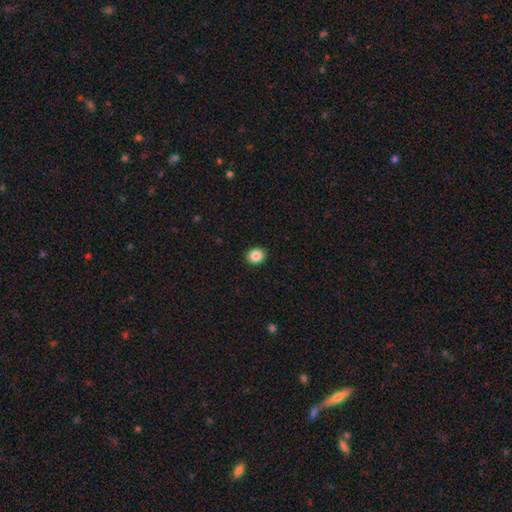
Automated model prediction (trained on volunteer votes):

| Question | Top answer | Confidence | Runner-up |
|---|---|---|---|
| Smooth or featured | smooth | 87% | star or artifact (10%) |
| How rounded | round | 77% | in between (23%) |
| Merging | none | 92% | minor disturbance (5%) |